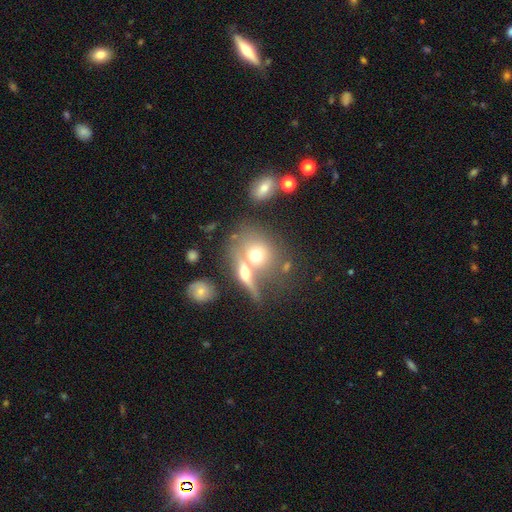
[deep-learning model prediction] This appears to be a smooth galaxy with no disk features (60%) that is round (64%). Merging: merger (45%).